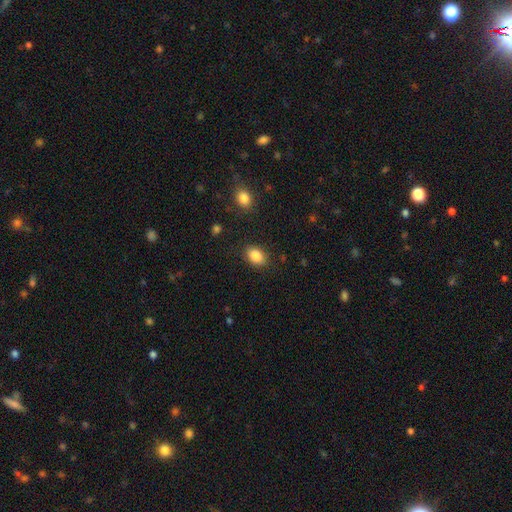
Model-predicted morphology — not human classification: Smooth or featured? Predicted: smooth (p=0.87). How rounded? Predicted: in between (p=0.79). Merging? Predicted: none (p=0.85).